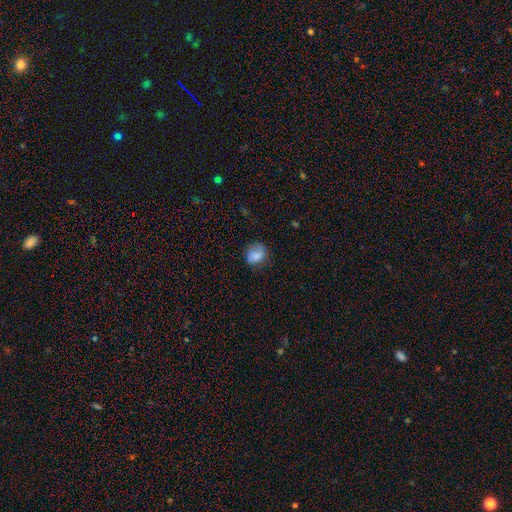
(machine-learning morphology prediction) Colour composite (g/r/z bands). It shows a smooth galaxy with no disk features (75%) that is round (65%). Merging: none (67%).